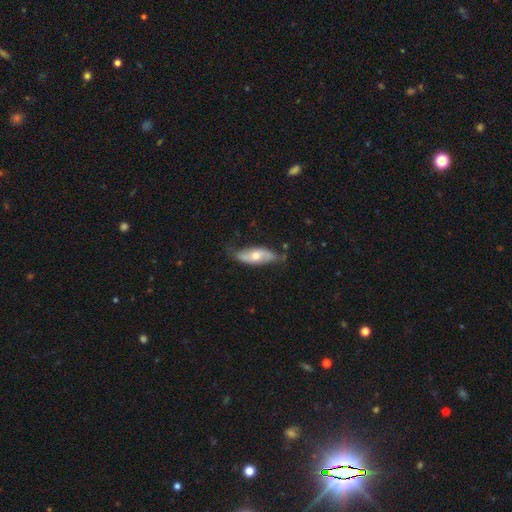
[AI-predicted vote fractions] The model was most divided on "smooth or featured": featured or disk: 49%, smooth: 45%, star or artifact: 5%. More confident: merging — none (65%).